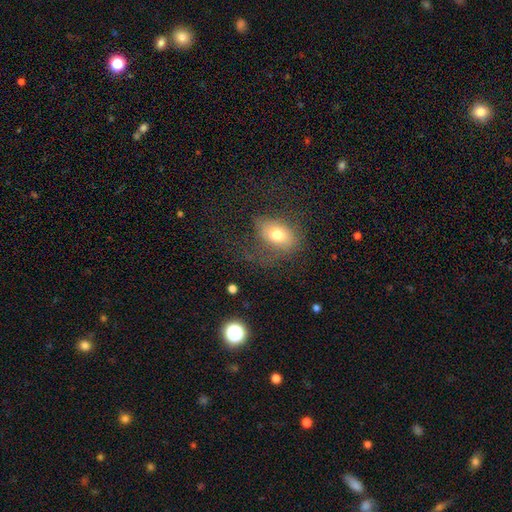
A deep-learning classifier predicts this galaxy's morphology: Smooth or featured?
  - smooth: 51% *
  - featured or disk: 35%
  - star or artifact: 14%
How rounded?
  - in between: 66% *
  - round: 32%
  - cigar-shaped: 3%
Merging?
  - none: 45% *
  - major disturbance: 34%
  - minor disturbance: 19%
  - merger: 3%